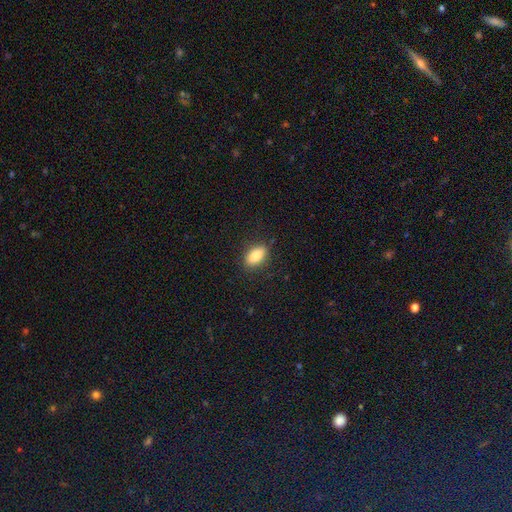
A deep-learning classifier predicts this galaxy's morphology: smooth-or-featured: smooth: 81% | featured or disk: 11% | star or artifact: 8%
  how-rounded: in between: 87% | round: 7% | cigar-shaped: 6%
  merging: none: 86% | minor disturbance: 10% | major disturbance: 3% | merger: 1%